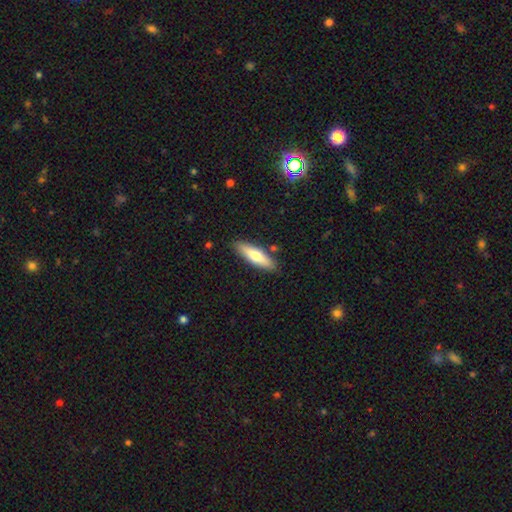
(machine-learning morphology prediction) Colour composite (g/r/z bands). It shows a smooth galaxy with no disk features (67%) that is cigar-shaped (63%). Merging: none (86%).